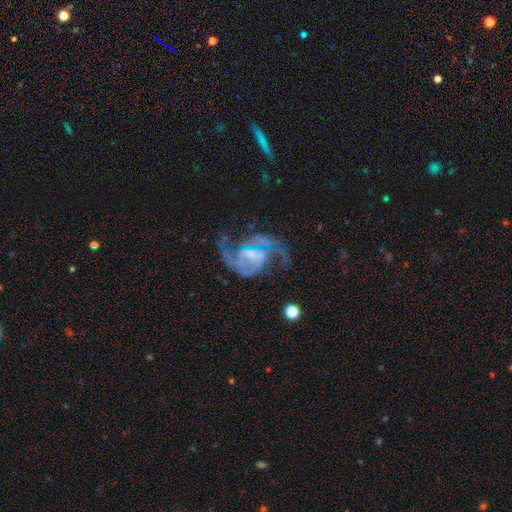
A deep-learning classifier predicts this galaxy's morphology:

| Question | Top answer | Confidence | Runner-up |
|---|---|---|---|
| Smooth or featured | featured or disk | 87% | star or artifact (8%) |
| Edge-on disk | no | 97% | yes (3%) |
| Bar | weak | 50% | strong (25%) |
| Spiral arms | yes | 96% | no (4%) |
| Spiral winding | medium | 54% | loose (24%) |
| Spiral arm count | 2 | 77% | can't tell (8%) |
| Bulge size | small | 47% | moderate (26%) |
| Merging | none | 57% | major disturbance (21%) |